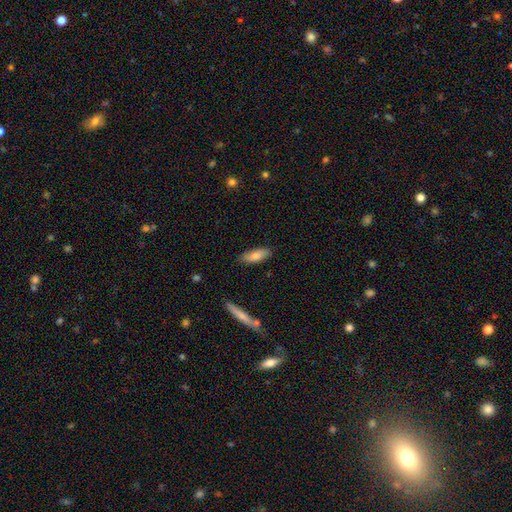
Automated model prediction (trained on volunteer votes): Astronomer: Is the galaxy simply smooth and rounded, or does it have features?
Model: smooth — 80%.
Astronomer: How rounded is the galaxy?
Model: in between — 65%.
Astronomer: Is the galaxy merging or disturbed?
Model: none — 83%.